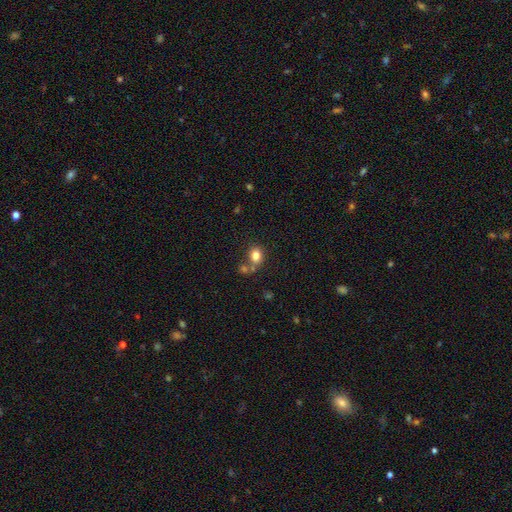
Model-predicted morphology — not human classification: smooth-or-featured: smooth: 81% | star or artifact: 11% | featured or disk: 8%
  how-rounded: round: 53% | in between: 47% | cigar-shaped: 1%
  merging: none: 58% | merger: 25% | minor disturbance: 12% | major disturbance: 5%